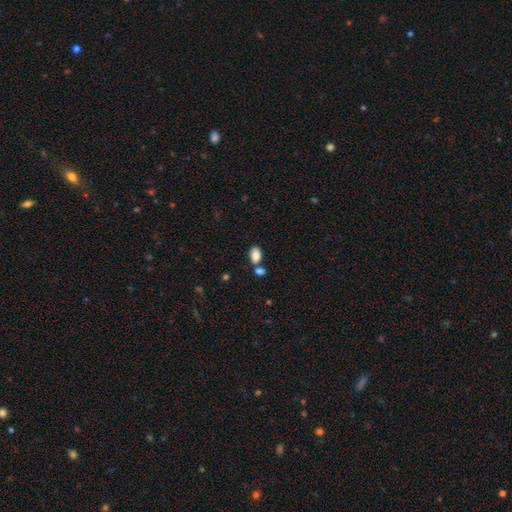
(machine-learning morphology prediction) Q: Smooth or featured?
A: smooth (85%); runner-up: star or artifact (8%)
Q: How rounded?
A: in between (89%); runner-up: round (10%)
Q: Merging?
A: none (55%); runner-up: merger (29%)